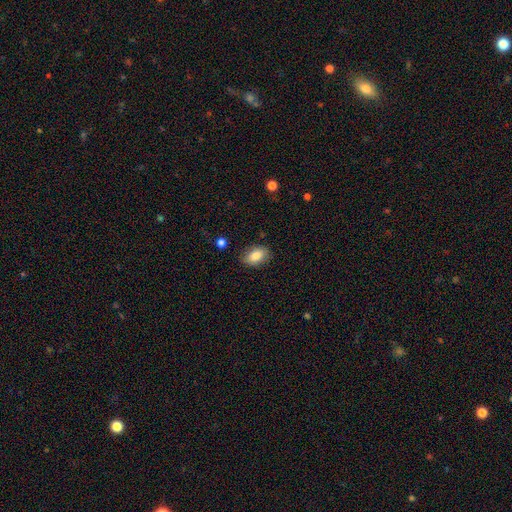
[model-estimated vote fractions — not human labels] The model was most divided on "merging": none: 84%, minor disturbance: 12%, major disturbance: 3%, merger: 1%. More confident: how rounded — in between (88%); smooth or featured — smooth (84%).